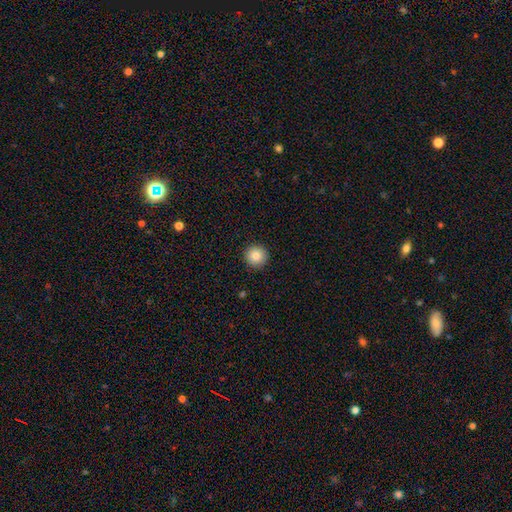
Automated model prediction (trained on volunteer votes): smooth-or-featured: smooth: 85% | star or artifact: 10% | featured or disk: 5%
  how-rounded: round: 96% | in between: 3% | cigar-shaped: 1%
  merging: none: 93% | minor disturbance: 5% | major disturbance: 2% | merger: 1%